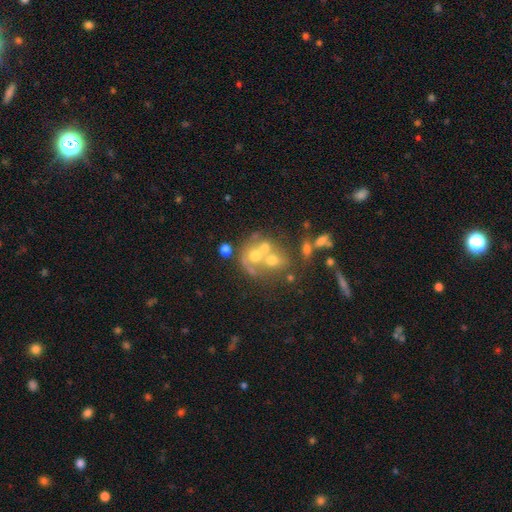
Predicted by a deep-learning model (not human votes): Smooth or featured: featured or disk — 51% (smooth — 34%)
Edge-on disk: no — 97% (yes — 3%)
Merging: merger — 59% (none — 22%)